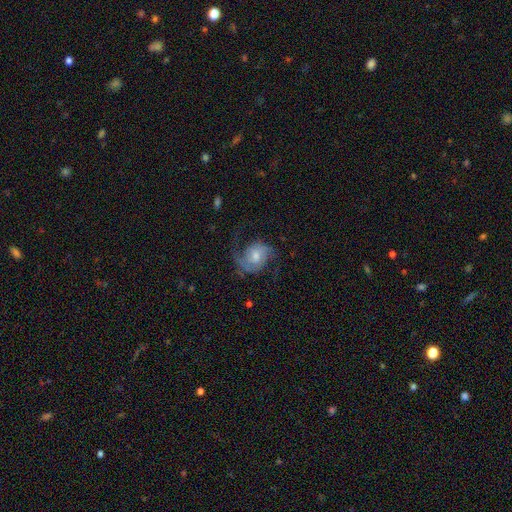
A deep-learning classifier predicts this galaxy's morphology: The model was most divided on "spiral winding": loose: 48%, medium: 41%, tight: 12%. Remaining: edge-on disk — no (97%); spiral arms — yes (92%); spiral arm count — 2 (83%); smooth or featured — featured or disk (73%); merging — none (56%); bulge size — moderate (52%); bar — no (50%).